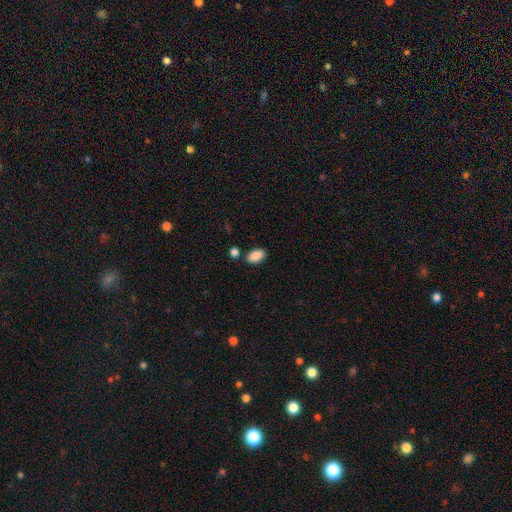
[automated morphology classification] smooth 89%, star or artifact 7%, featured or disk 4%. Down the decision tree: how rounded — in between (91%); merging — none (81%).